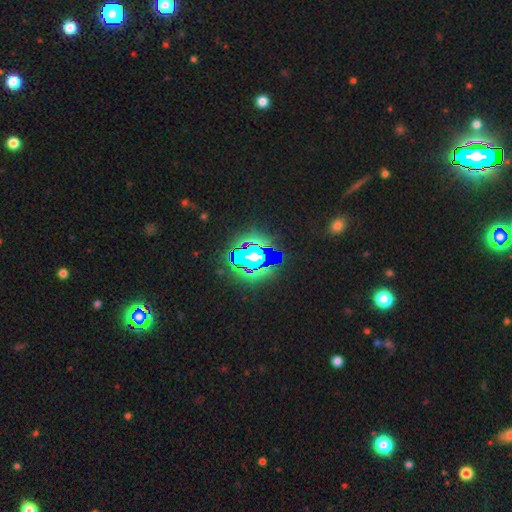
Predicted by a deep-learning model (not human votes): star or artifact 83%, smooth 10%, featured or disk 7%.